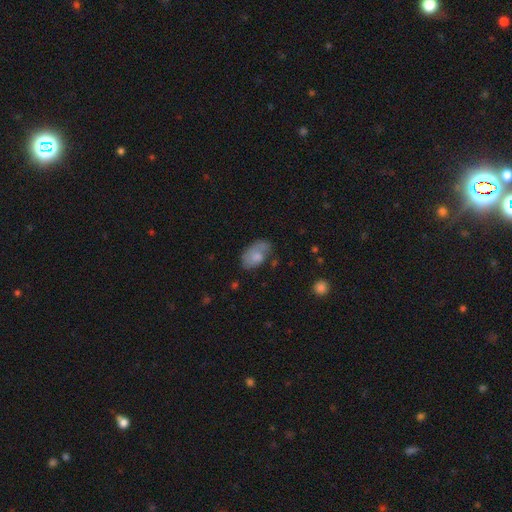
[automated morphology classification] Smooth or featured: smooth — 68% (featured or disk — 24%)
How rounded: in between — 91% (round — 7%)
Merging: none — 51% (minor disturbance — 31%)